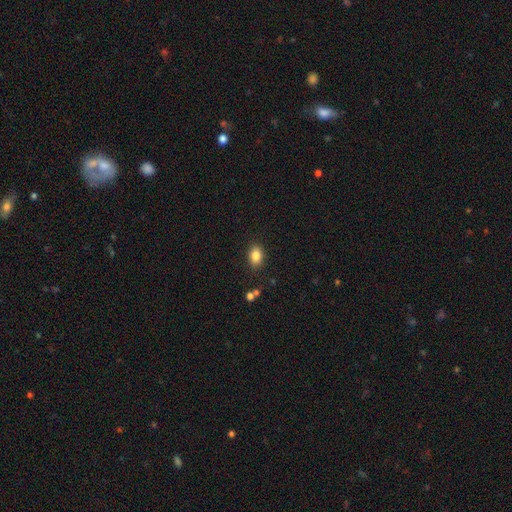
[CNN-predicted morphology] Q: Smooth or featured?
A: smooth (85%); runner-up: star or artifact (9%)
Q: How rounded?
A: in between (81%); runner-up: round (17%)
Q: Merging?
A: none (86%); runner-up: minor disturbance (10%)